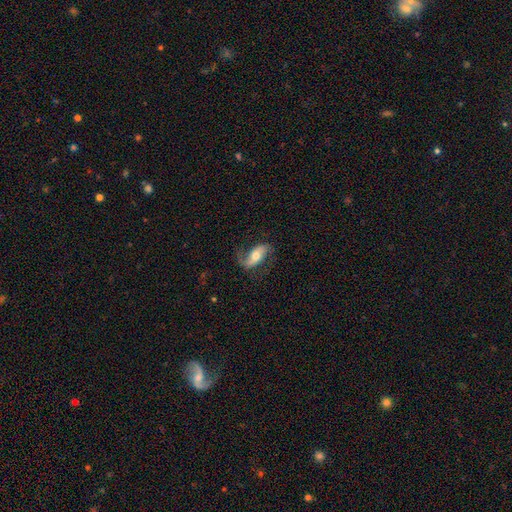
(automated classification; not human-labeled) This appears to be a featured or disk galaxy (73%) with no bar (42%), 2 (80%) loose (62%) spiral arms (91%) and a moderate central bulge (69%). Merging: none (67%).